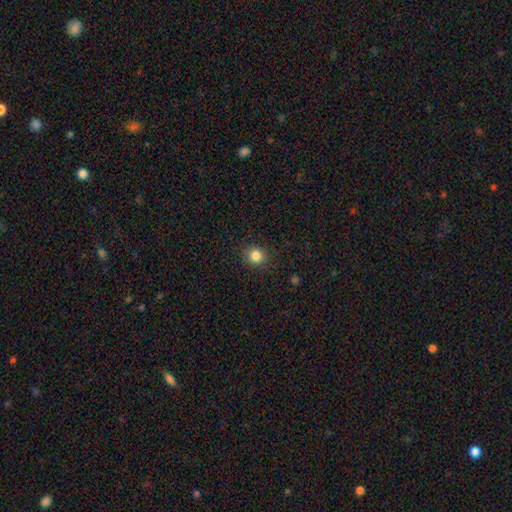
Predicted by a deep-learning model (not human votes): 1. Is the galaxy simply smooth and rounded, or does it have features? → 84% smooth, 11% star or artifact, 5% featured or disk.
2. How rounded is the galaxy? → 86% round, 13% in between, 1% cigar-shaped.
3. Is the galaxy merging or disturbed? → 89% none, 7% minor disturbance, 2% major disturbance, 1% merger.